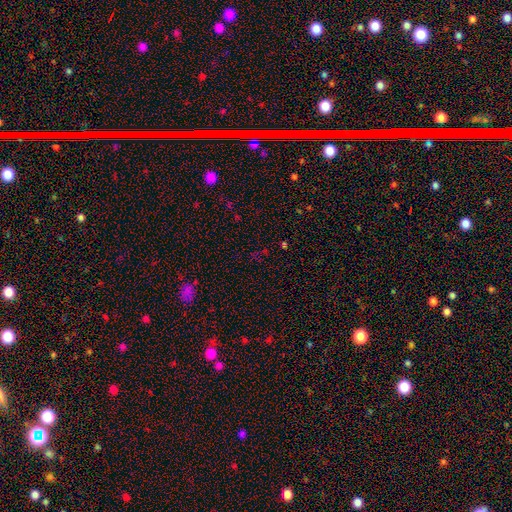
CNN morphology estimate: Q: Smooth or featured?
A: star or artifact (64%); runner-up: smooth (27%)